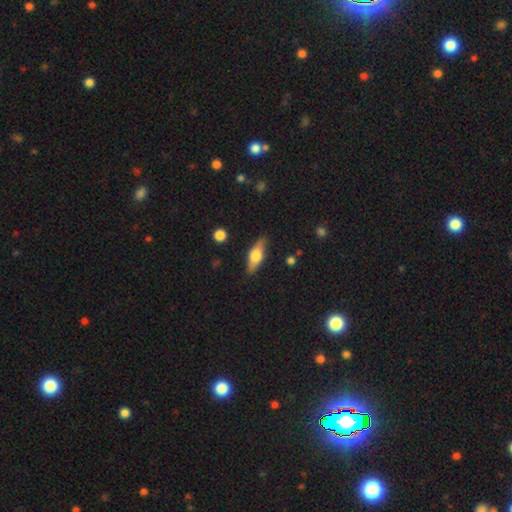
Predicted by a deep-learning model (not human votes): A featured or disk galaxy (48%).

Vote fractions:
- Smooth or featured? featured or disk: 48% / smooth: 46% / star or artifact: 6%
- Merging? none: 85% / minor disturbance: 11% / major disturbance: 2% / merger: 1%